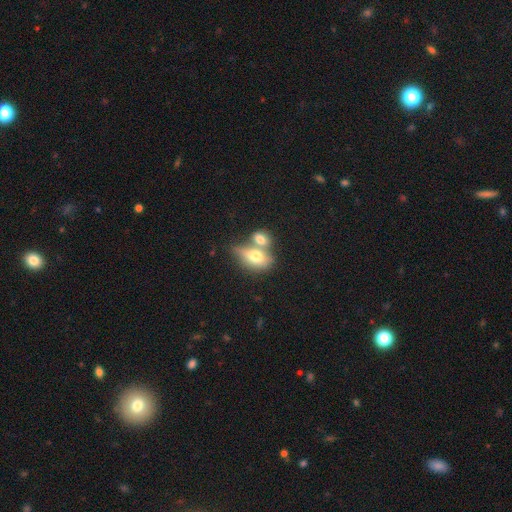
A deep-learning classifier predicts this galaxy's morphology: Q: Smooth or featured?
A: smooth (68%); runner-up: featured or disk (25%)
Q: How rounded?
A: in between (77%); runner-up: round (18%)
Q: Merging?
A: merger (61%); runner-up: none (24%)